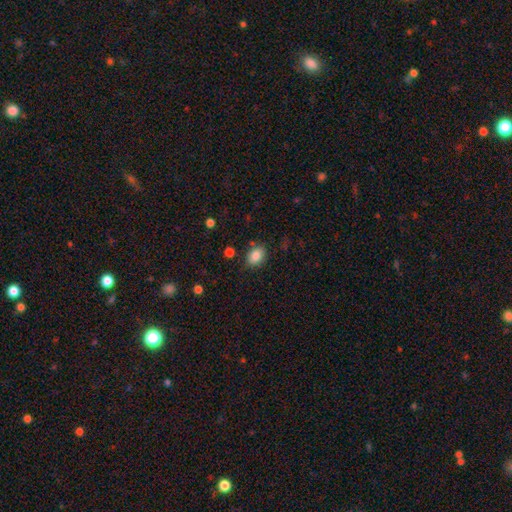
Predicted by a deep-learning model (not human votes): Overall: smooth (86%). How rounded: in between (76%). Merging: none (81%).